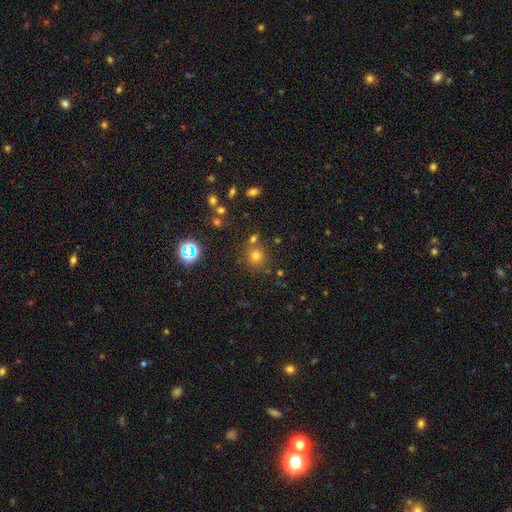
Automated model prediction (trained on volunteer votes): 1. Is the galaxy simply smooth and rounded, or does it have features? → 65% smooth, 26% star or artifact, 9% featured or disk.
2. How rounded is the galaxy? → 89% round, 10% in between, 1% cigar-shaped.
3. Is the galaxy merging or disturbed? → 73% none, 14% merger, 9% minor disturbance, 4% major disturbance.